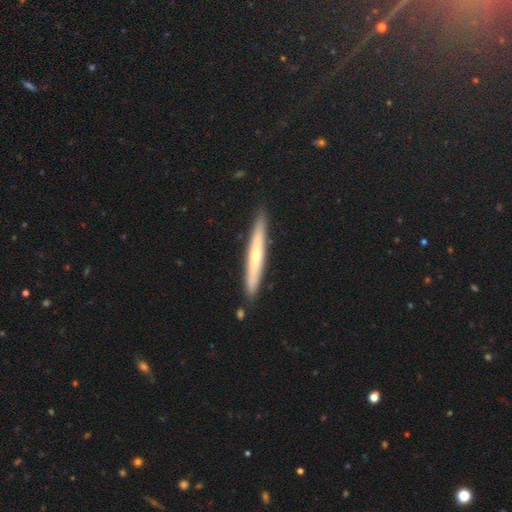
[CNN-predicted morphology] Overall: featured or disk (55%; smooth 40%). Edge-on disk: yes (92%). Edge-on bulge: rounded (66%; none 31%). Merging: none (88%).